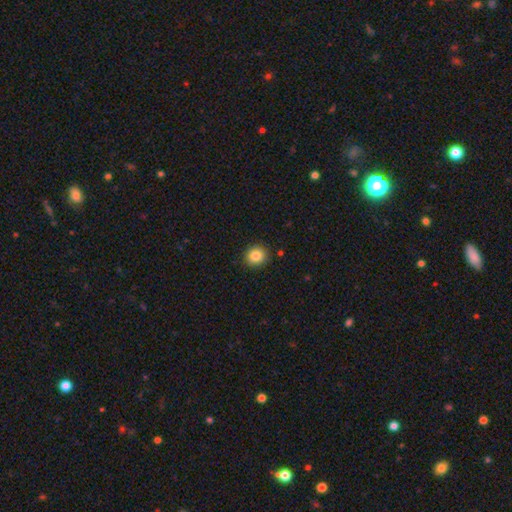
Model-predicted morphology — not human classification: smooth 85%, star or artifact 10%, featured or disk 5%. Down the decision tree: how rounded — round (88%); merging — none (91%).